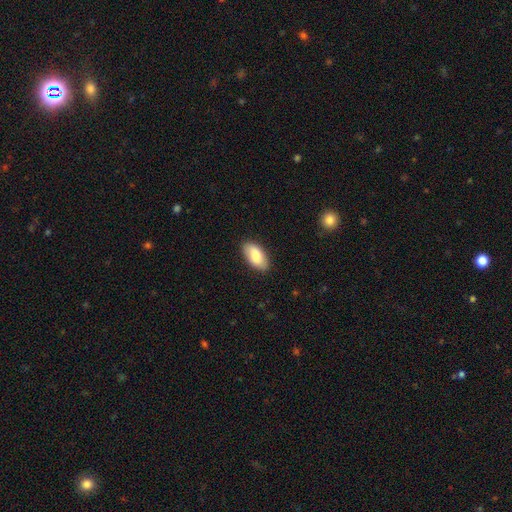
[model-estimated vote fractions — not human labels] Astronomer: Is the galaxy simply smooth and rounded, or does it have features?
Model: smooth — 82%.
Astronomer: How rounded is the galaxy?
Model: in between — 94%.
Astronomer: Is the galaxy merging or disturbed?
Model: none — 86%.